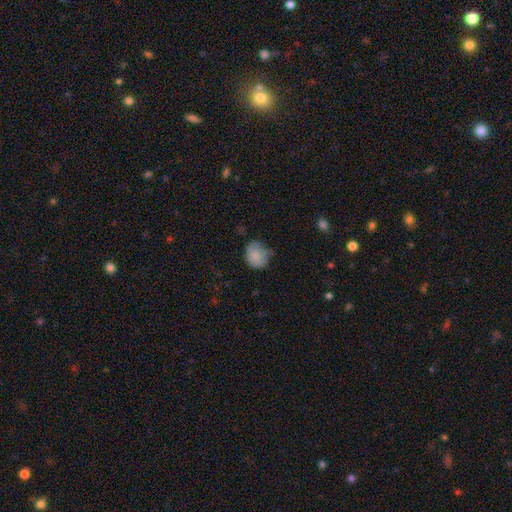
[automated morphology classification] This is clearly a smooth galaxy (82%). How rounded: likely round (69%). Merging: possibly none (55%).